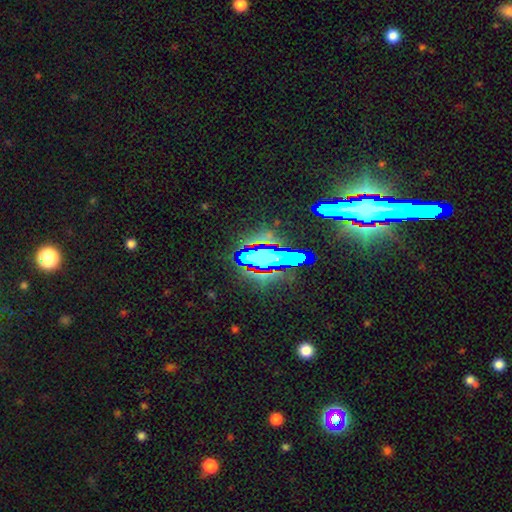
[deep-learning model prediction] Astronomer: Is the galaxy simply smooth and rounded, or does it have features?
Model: star or artifact — 57%.